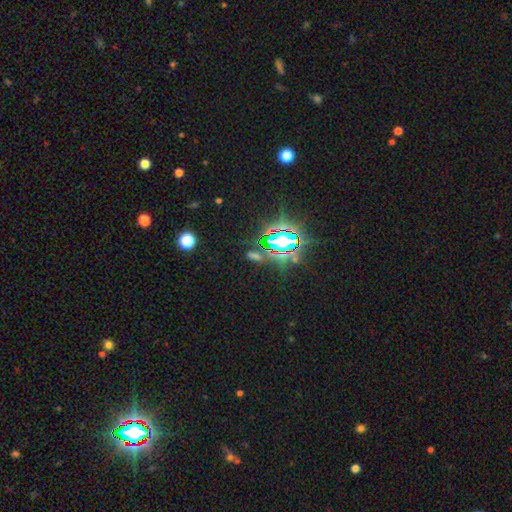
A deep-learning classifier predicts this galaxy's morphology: This appears to be a star or artifact, not a galaxy (63%).